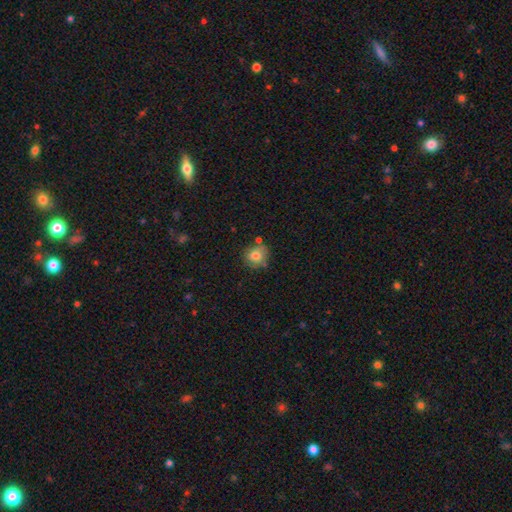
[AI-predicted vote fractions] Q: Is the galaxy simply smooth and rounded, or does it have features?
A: smooth — 78%.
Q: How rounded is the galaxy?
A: round — 80%.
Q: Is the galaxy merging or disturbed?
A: none — 69%.